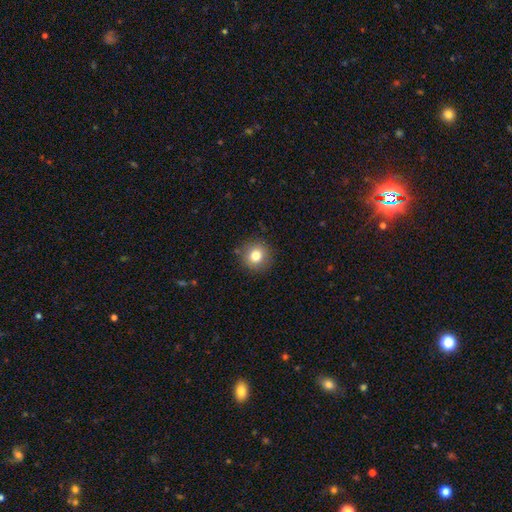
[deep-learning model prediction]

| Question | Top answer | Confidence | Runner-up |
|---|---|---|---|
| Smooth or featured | smooth | 79% | star or artifact (12%) |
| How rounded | round | 93% | in between (6%) |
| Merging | none | 88% | minor disturbance (8%) |